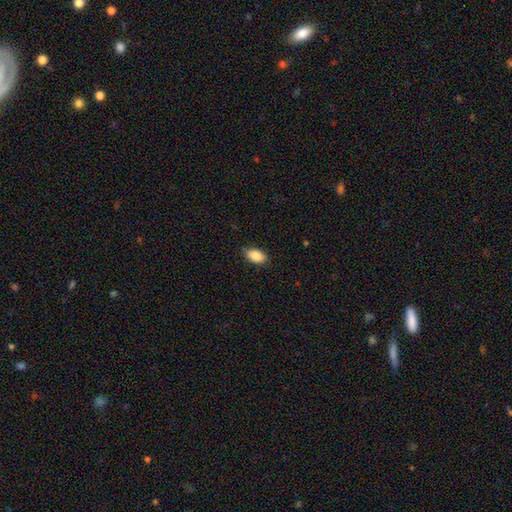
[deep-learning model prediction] The model was most divided on "merging": none: 83%, minor disturbance: 14%, major disturbance: 2%, merger: 1%. More confident: how rounded — in between (93%); smooth or featured — smooth (89%).